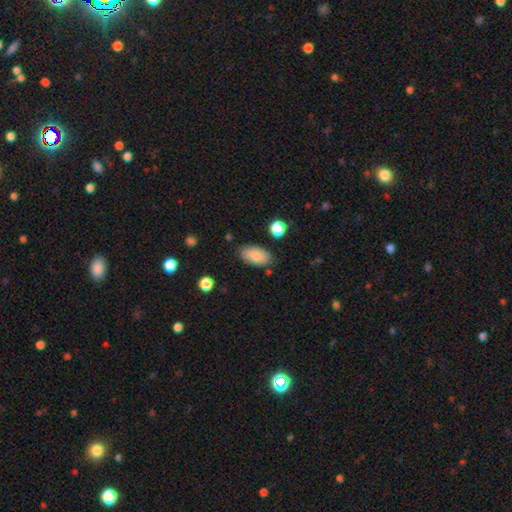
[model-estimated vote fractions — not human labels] Q: Smooth or featured?
A: smooth (84%); runner-up: featured or disk (9%)
Q: How rounded?
A: in between (94%); runner-up: round (3%)
Q: Merging?
A: none (80%); runner-up: minor disturbance (14%)